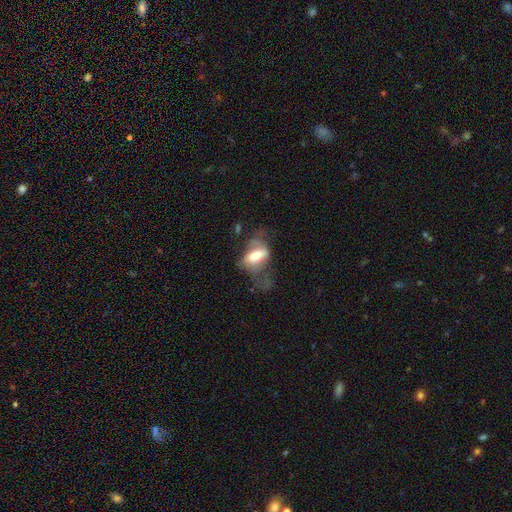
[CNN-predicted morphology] smooth-or-featured: smooth: 50% | featured or disk: 42% | star or artifact: 8%
  how-rounded: in between: 84% | round: 9% | cigar-shaped: 7%
  merging: major disturbance: 45% | none: 27% | minor disturbance: 23% | merger: 5%